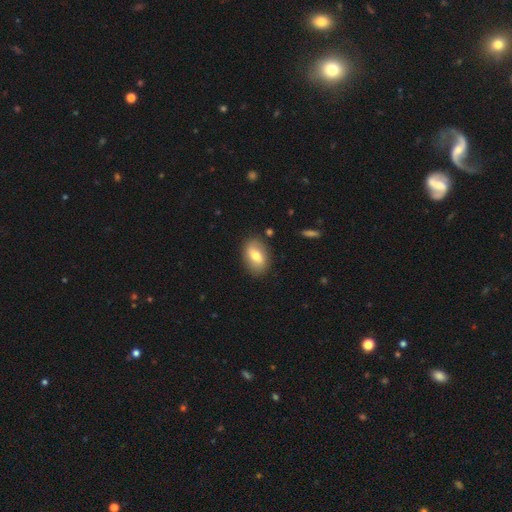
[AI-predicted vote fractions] A smooth galaxy with no disk features (64%) that is in between round and cigar-shaped (85%).

Vote fractions:
- Smooth or featured? smooth: 64% / featured or disk: 29% / star or artifact: 7%
- How rounded? in between: 85% / round: 13% / cigar-shaped: 3%
- Merging? none: 84% / minor disturbance: 11% / major disturbance: 3% / merger: 2%